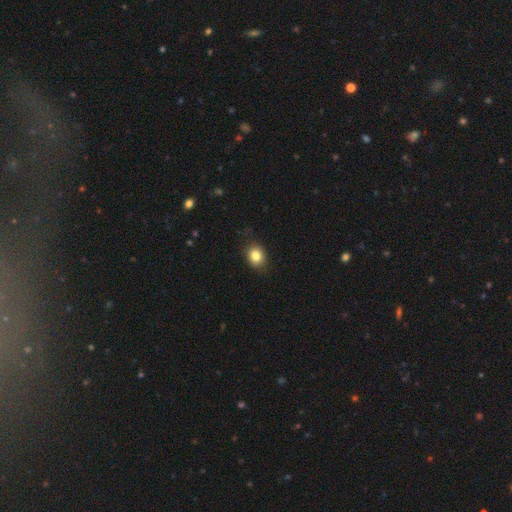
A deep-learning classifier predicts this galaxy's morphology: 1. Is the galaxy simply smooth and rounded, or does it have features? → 83% smooth, 10% star or artifact, 7% featured or disk.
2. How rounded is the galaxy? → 60% round, 39% in between, 1% cigar-shaped.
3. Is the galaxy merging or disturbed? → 85% none, 12% minor disturbance, 3% major disturbance, 1% merger.